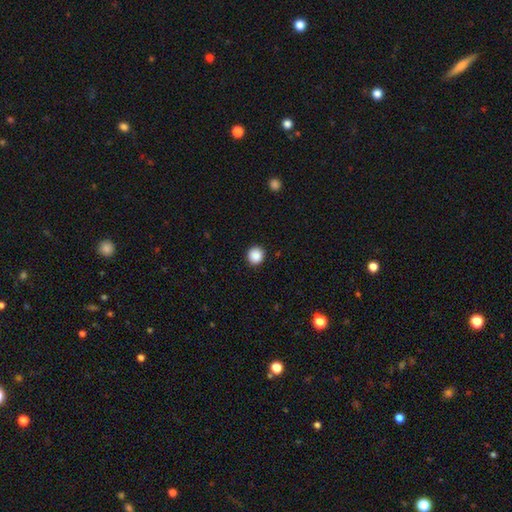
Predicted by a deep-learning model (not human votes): The model was most divided on "smooth or featured": smooth: 88%, star or artifact: 9%, featured or disk: 3%. More confident: how rounded — round (93%); merging — none (92%).